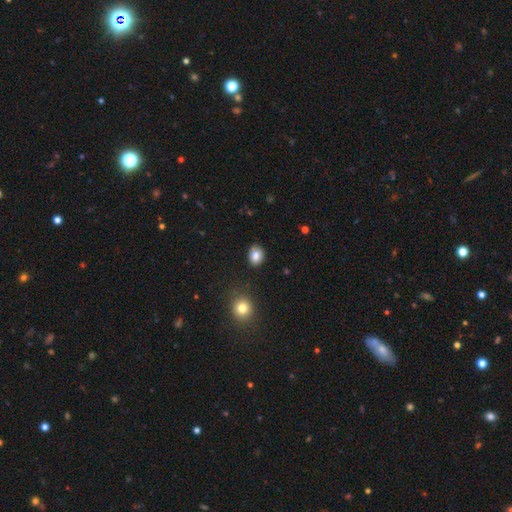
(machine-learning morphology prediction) A smooth galaxy with no disk features (84%) that is in between round and cigar-shaped (56%).

Vote fractions:
- Smooth or featured? smooth: 84% / star or artifact: 10% / featured or disk: 6%
- How rounded? in between: 56% / round: 43% / cigar-shaped: 1%
- Merging? none: 81% / minor disturbance: 13% / major disturbance: 3% / merger: 3%